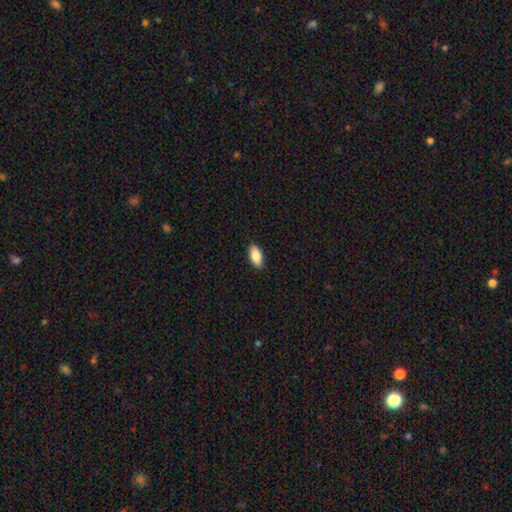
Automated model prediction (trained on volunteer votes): smooth-or-featured: smooth: 85% | featured or disk: 8% | star or artifact: 7%
  how-rounded: in between: 91% | cigar-shaped: 6% | round: 3%
  merging: none: 89% | minor disturbance: 9% | major disturbance: 2% | merger: 1%